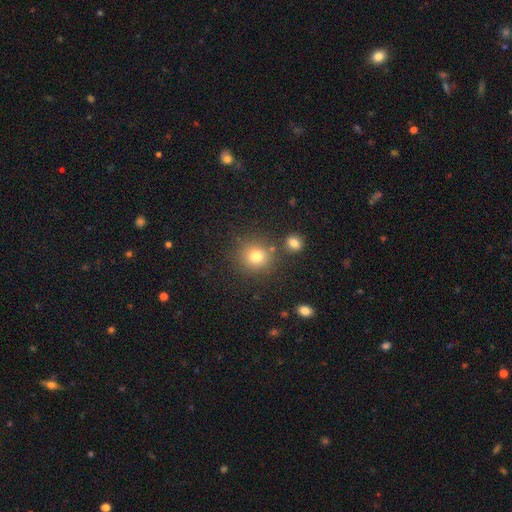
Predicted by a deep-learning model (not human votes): This is likely a smooth galaxy (77%). How rounded: clearly round (89%). Merging: likely none (79%).